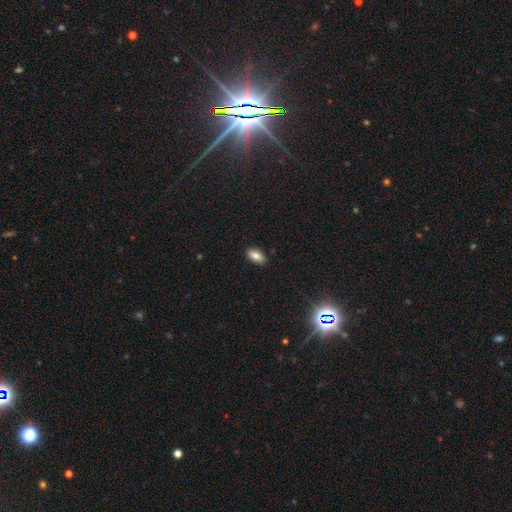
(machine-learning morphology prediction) Smooth or featured: smooth — 81% (featured or disk — 10%)
How rounded: in between — 91% (cigar-shaped — 6%)
Merging: none — 89% (minor disturbance — 8%)